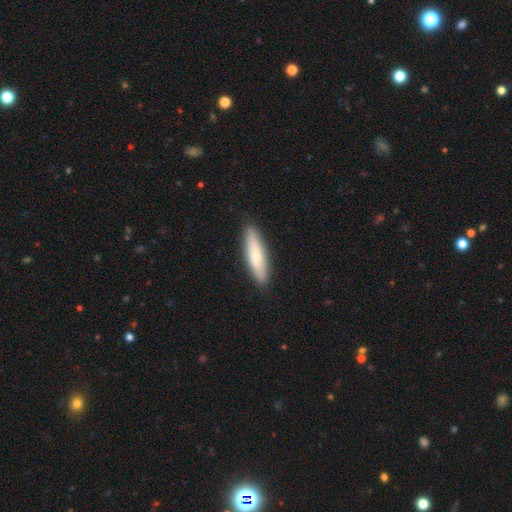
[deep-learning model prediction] Smooth or featured: smooth — 75% (featured or disk — 20%)
How rounded: cigar-shaped — 76% (in between — 22%)
Merging: none — 89% (minor disturbance — 8%)